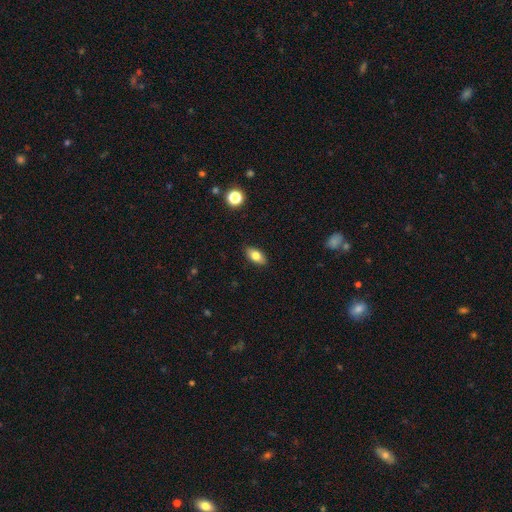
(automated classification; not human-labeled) Overall: smooth (79%). How rounded: in between (89%). Merging: none (88%).